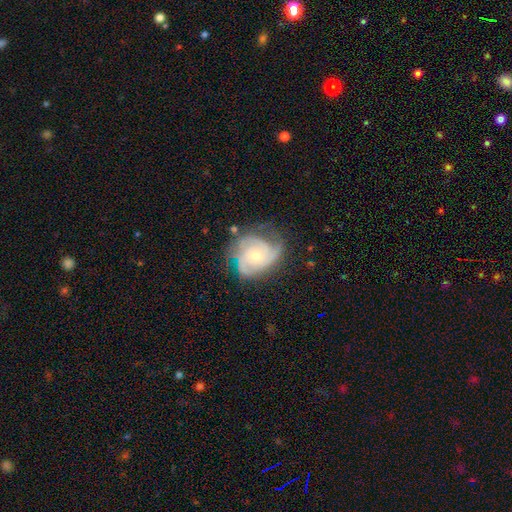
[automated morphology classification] type=featured or disk (81%); edge-on=no (98%); bar=no (75%); spiral arms=yes (95%); winding=tight (48%); arm count=3 (48%); bulge=moderate (53%); merging=none (61%).